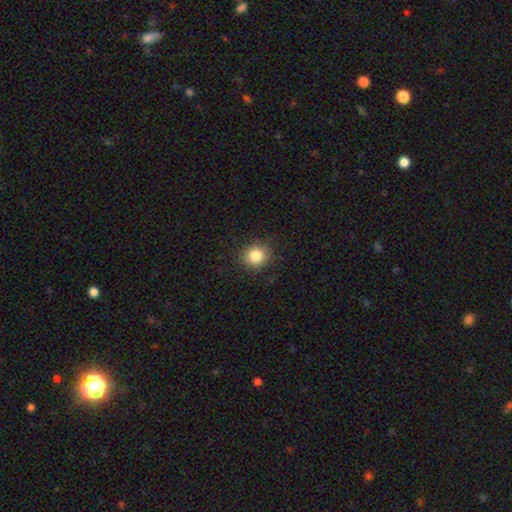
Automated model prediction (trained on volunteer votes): smooth 84%, star or artifact 10%, featured or disk 6%. Down the decision tree: how rounded — round (79%); merging — none (86%).